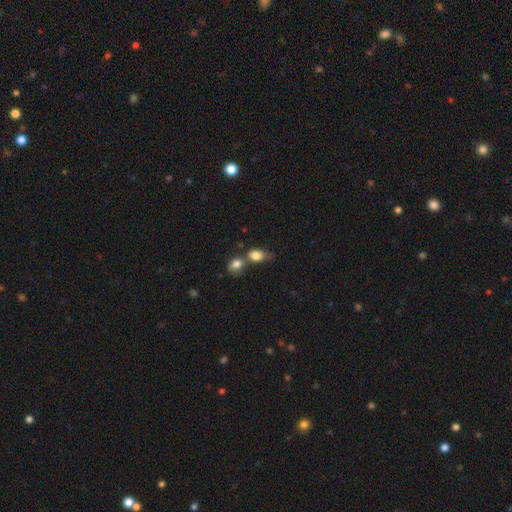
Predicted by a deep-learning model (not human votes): Smooth or featured? smooth (82%)
How rounded? in between (71%)
Merging? merger (53%)